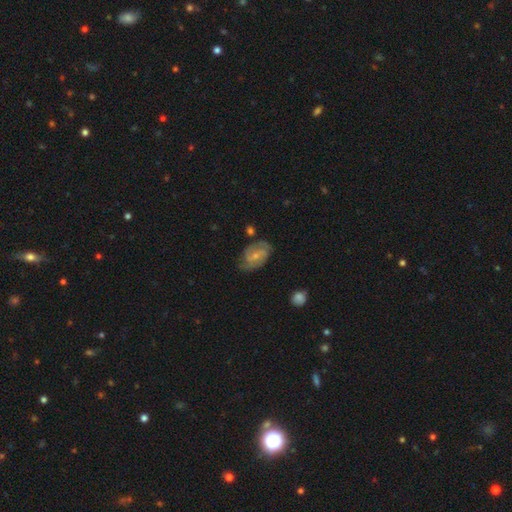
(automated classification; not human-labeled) Morphology: type=featured or disk (75%); edge-on=no (97%); bar=weak (48%); spiral arms=yes (92%); winding=medium (47%); arm count=2 (72%); bulge=small (62%); merging=none (69%).